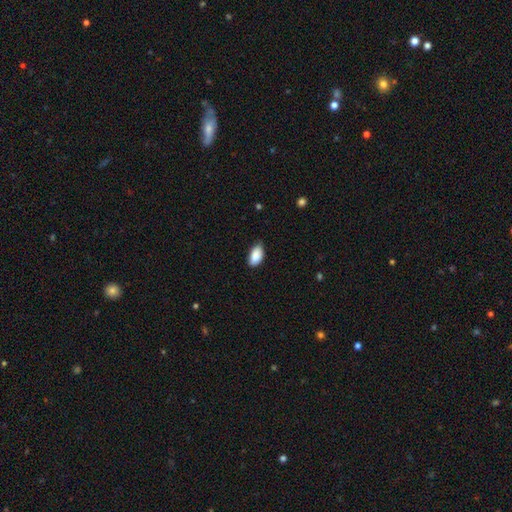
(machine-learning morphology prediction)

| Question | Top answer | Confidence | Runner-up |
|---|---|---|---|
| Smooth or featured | smooth | 89% | star or artifact (7%) |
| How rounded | in between | 94% | round (3%) |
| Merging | none | 73% | minor disturbance (23%) |